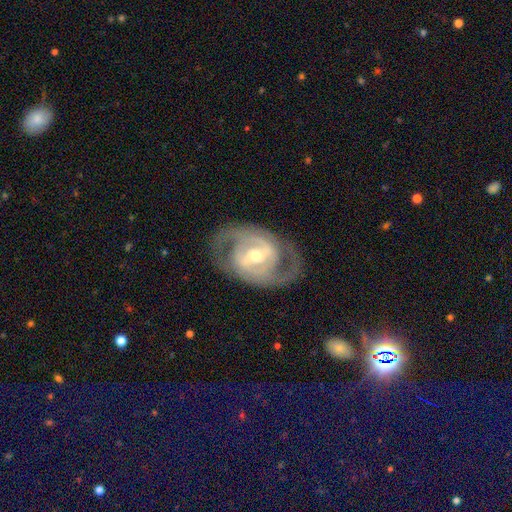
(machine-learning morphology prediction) smooth-or-featured: featured or disk: 85% | smooth: 10% | star or artifact: 5%
  disk-edge-on: no: 95% | yes: 5%
    bar: weak: 41% | strong: 39% | no: 20%
    has-spiral-arms: yes: 84% | no: 16%
      spiral-winding: medium: 47% | tight: 38% | loose: 15%
      spiral-arm-count: 2: 80% | can't tell: 12% | 3: 4% | 1: 2% | 4: 1% | more than 4: 1%
    bulge-size: moderate: 52% | small: 42% | large: 4% | none: 1% | dominant: 1%
  merging: none: 76% | minor disturbance: 13% | major disturbance: 10% | merger: 1%